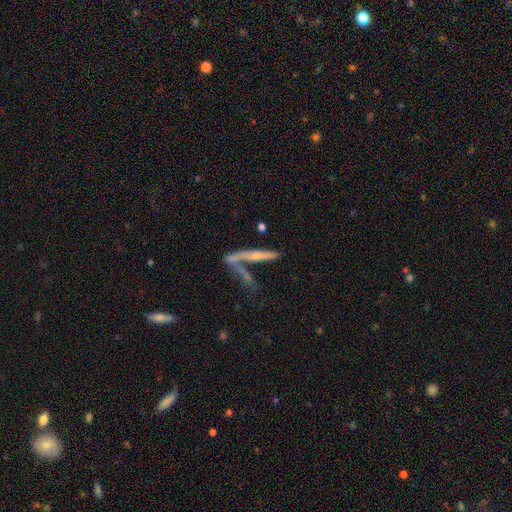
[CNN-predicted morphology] A featured or disk galaxy (50%). Merging: none (47%).